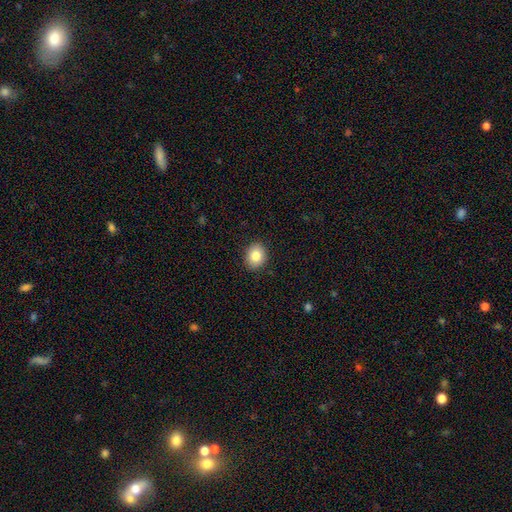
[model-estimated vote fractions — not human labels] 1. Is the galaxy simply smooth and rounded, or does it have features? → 83% smooth, 9% star or artifact, 8% featured or disk.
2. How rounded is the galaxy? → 54% round, 45% in between, 1% cigar-shaped.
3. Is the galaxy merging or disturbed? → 90% none, 8% minor disturbance, 2% major disturbance, 1% merger.